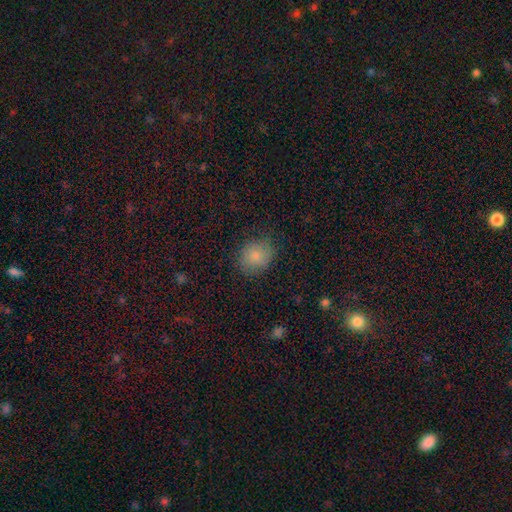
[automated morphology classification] Smooth or featured? smooth (82%)
How rounded? round (67%)
Merging? none (79%)